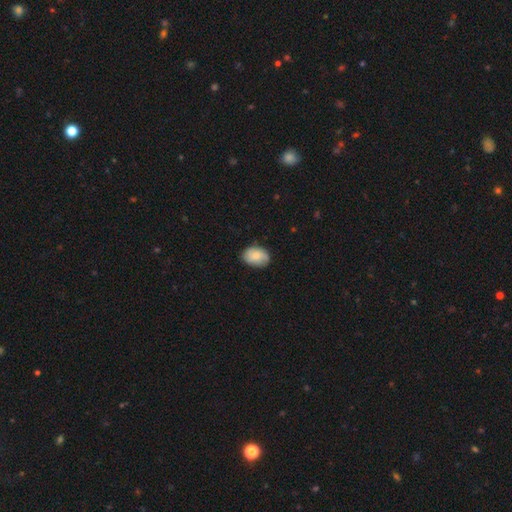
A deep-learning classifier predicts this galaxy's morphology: This appears to be a smooth galaxy with no disk features (79%) that is in between round and cigar-shaped (79%). Merging: none (77%).